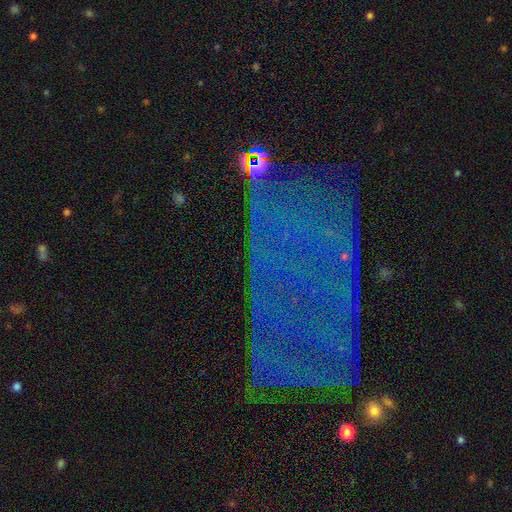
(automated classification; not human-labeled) A star or artifact, not a galaxy (58%).

Vote fractions:
- Smooth or featured? star or artifact: 58% / featured or disk: 25% / smooth: 17%